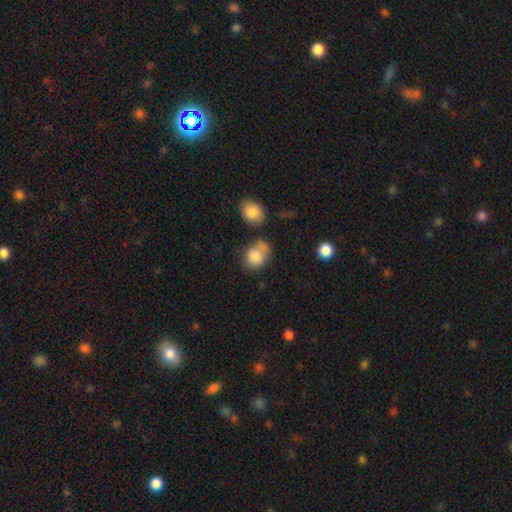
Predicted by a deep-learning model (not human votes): Smooth or featured: smooth — 84% (star or artifact — 9%)
How rounded: round — 53% (in between — 46%)
Merging: none — 43% (merger — 25%)